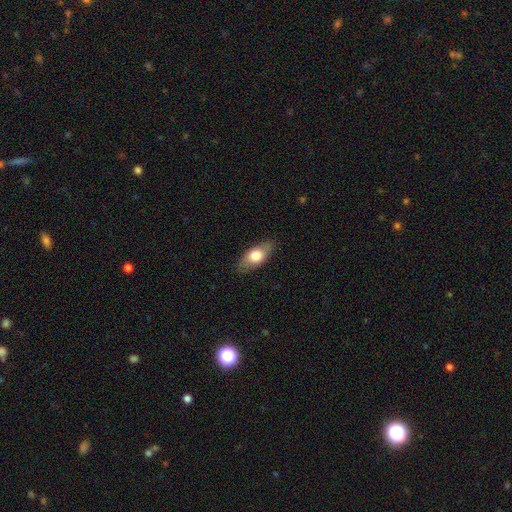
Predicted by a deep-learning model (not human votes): This is likely a smooth galaxy (69%). How rounded: clearly in between (85%). Merging: clearly none (82%).